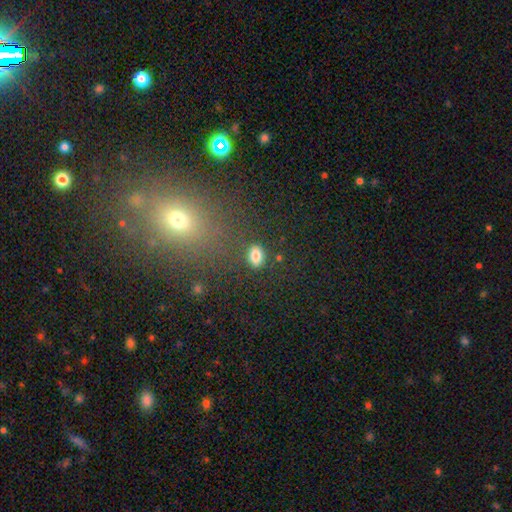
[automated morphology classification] Smooth or featured?
  - smooth: 82% *
  - star or artifact: 12%
  - featured or disk: 7%
How rounded?
  - in between: 77% *
  - round: 21%
  - cigar-shaped: 2%
Merging?
  - none: 81% *
  - minor disturbance: 11%
  - major disturbance: 4%
  - merger: 3%